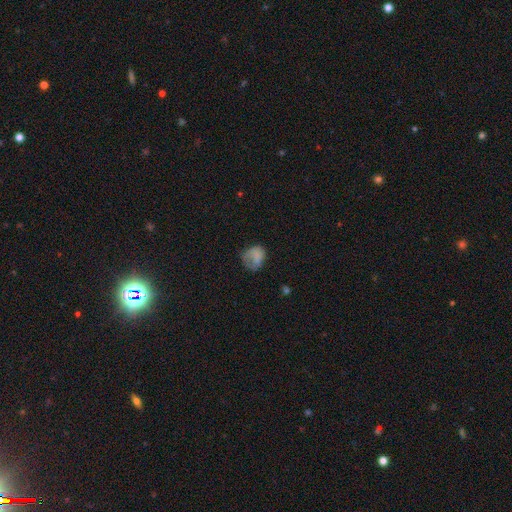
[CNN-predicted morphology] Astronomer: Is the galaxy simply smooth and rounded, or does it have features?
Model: smooth — 71%.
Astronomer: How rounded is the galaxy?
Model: round — 54% (runner-up: in between, 45%).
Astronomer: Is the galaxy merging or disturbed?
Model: none — 40% (runner-up: minor disturbance, 29%).